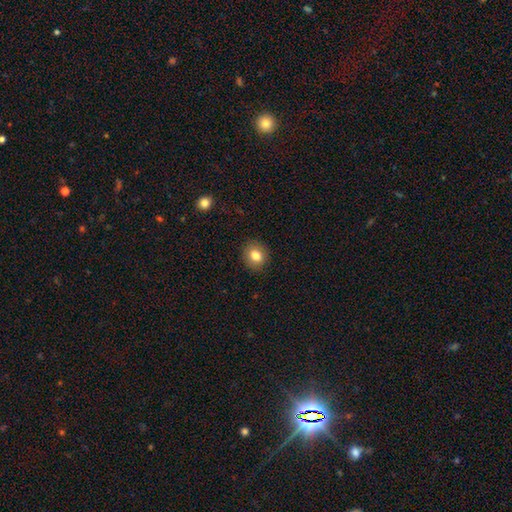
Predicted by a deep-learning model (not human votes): smooth 82%, star or artifact 10%, featured or disk 9%. Down the decision tree: how rounded — round (76%); merging — none (91%).